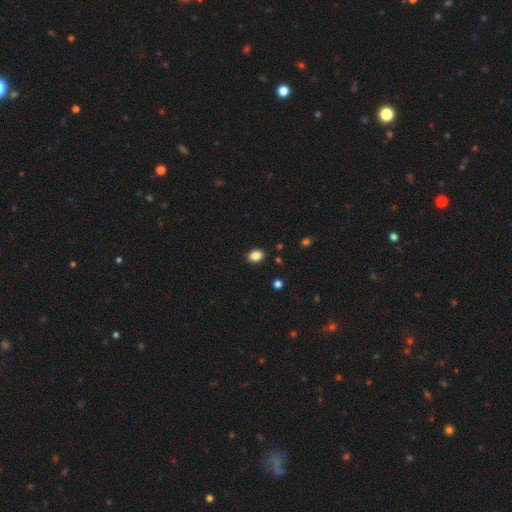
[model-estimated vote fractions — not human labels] smooth-or-featured: smooth: 86% | star or artifact: 9% | featured or disk: 4%
  how-rounded: in between: 71% | round: 28% | cigar-shaped: 1%
  merging: none: 89% | minor disturbance: 7% | major disturbance: 2% | merger: 1%